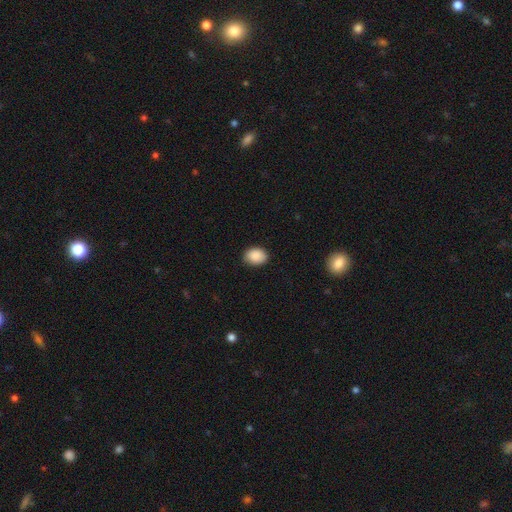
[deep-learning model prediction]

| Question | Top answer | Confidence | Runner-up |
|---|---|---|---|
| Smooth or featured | smooth | 89% | star or artifact (7%) |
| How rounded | in between | 69% | round (30%) |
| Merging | none | 85% | minor disturbance (12%) |